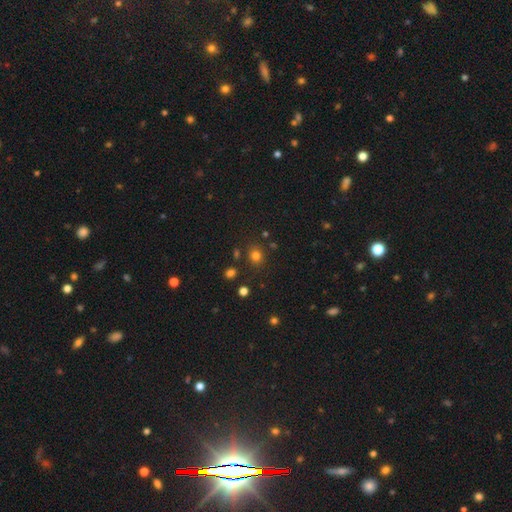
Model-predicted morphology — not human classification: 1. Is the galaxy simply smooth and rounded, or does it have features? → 77% smooth, 17% star or artifact, 6% featured or disk.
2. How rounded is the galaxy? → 75% round, 24% in between, 1% cigar-shaped.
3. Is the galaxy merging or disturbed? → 82% none, 10% minor disturbance, 5% merger, 3% major disturbance.